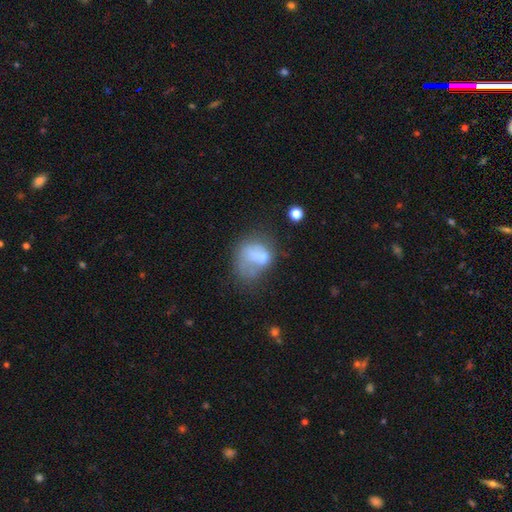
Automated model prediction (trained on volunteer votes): Q: Smooth or featured?
A: smooth (56%); runner-up: featured or disk (32%)
Q: How rounded?
A: in between (56%); runner-up: round (42%)
Q: Merging?
A: major disturbance (37%); runner-up: none (23%)